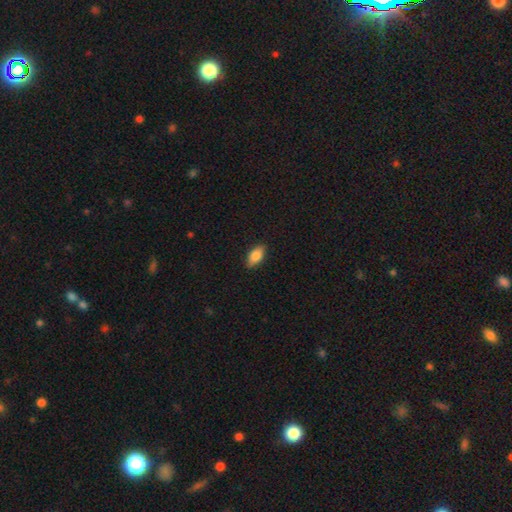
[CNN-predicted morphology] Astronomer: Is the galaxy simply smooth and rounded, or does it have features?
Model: smooth — 80%.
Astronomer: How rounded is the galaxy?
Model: in between — 88%.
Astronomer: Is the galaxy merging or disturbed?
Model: none — 87%.